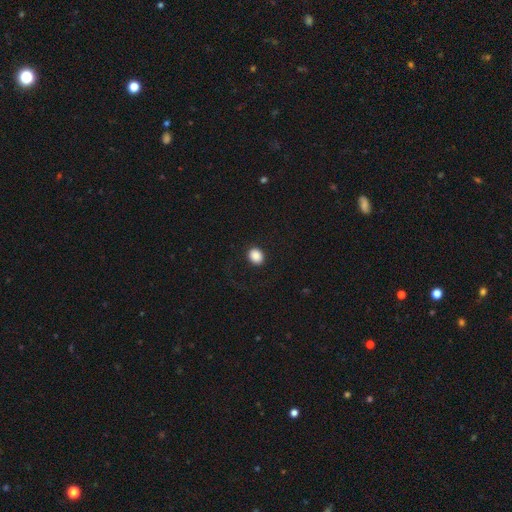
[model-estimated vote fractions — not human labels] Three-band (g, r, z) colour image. It shows a smooth galaxy with no disk features (88%) that is round (57%). Merging: none (89%).